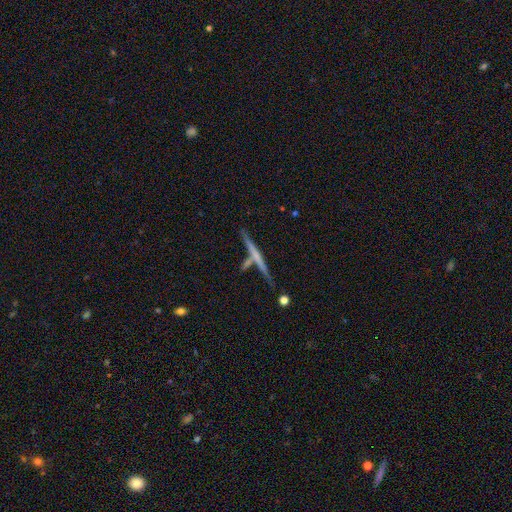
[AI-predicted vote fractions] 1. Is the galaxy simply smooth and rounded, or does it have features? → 57% featured or disk, 36% smooth, 7% star or artifact.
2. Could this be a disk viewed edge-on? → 96% yes, 4% no.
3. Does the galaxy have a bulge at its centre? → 70% none, 21% rounded, 8% boxy.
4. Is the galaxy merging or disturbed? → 69% none, 16% merger, 11% minor disturbance, 4% major disturbance.